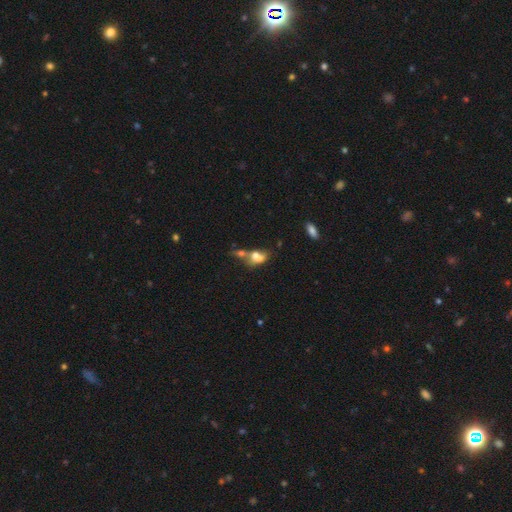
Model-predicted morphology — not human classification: type=smooth (63%); roundness=in between (62%); merging=merger (64%).